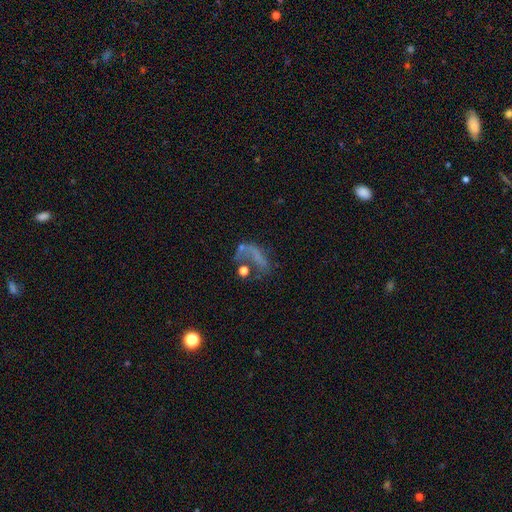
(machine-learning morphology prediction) A featured or disk galaxy (42%). Merging: major disturbance (43%).